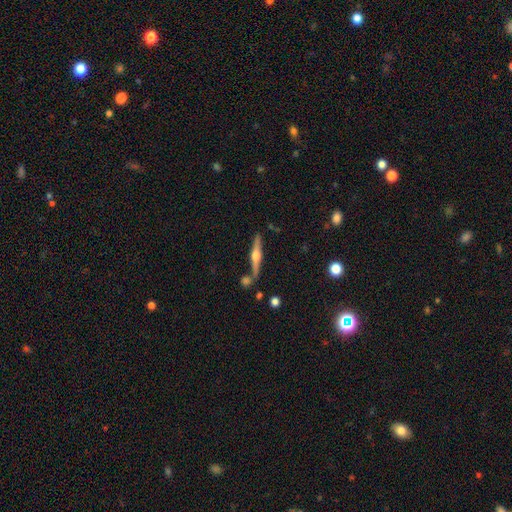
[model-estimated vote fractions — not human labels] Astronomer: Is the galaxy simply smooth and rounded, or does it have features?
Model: featured or disk — 71%.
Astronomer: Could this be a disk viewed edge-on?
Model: yes — 97%.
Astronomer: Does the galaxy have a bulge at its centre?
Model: rounded — 92%.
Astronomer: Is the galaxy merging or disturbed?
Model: none — 77%.